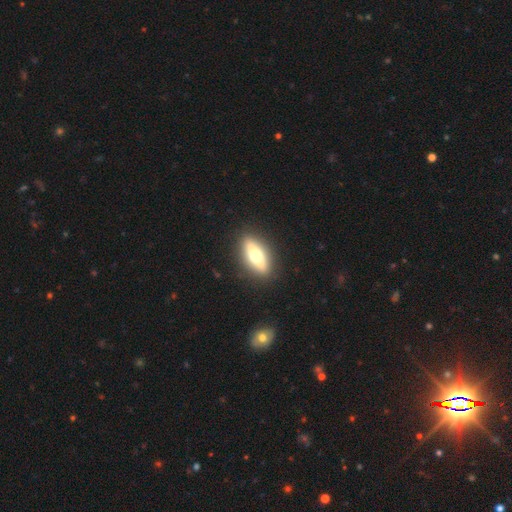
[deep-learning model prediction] The model was most divided on "smooth or featured": smooth: 56%, featured or disk: 38%, star or artifact: 7%. More confident: merging — none (89%); how rounded — in between (69%).